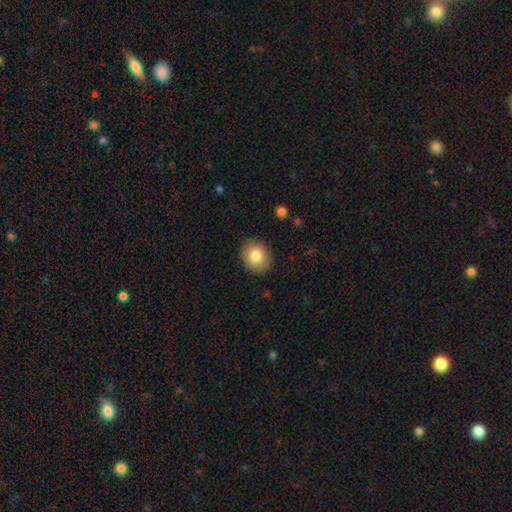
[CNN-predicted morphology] Overall: smooth (82%). How rounded: round (55%; in between 44%). Merging: none (89%).